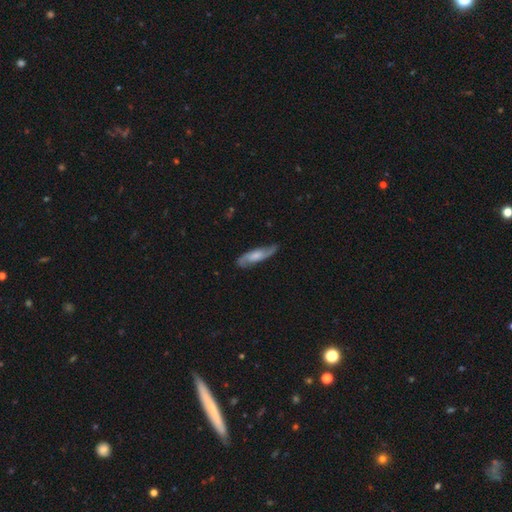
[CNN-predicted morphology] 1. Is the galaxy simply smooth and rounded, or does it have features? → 69% featured or disk, 25% smooth, 6% star or artifact.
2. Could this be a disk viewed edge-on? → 82% no, 18% yes.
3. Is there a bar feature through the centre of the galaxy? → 54% no, 35% weak, 10% strong.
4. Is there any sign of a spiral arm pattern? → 94% yes, 6% no.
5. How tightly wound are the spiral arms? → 42% medium, 41% loose, 17% tight.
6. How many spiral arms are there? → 89% 2, 6% can't tell, 2% 1, 1% 3, 1% 4, 1% more than 4.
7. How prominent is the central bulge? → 34% small, 32% moderate, 21% none, 10% large, 2% dominant.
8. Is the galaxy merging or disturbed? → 79% none, 15% minor disturbance, 4% major disturbance, 1% merger.